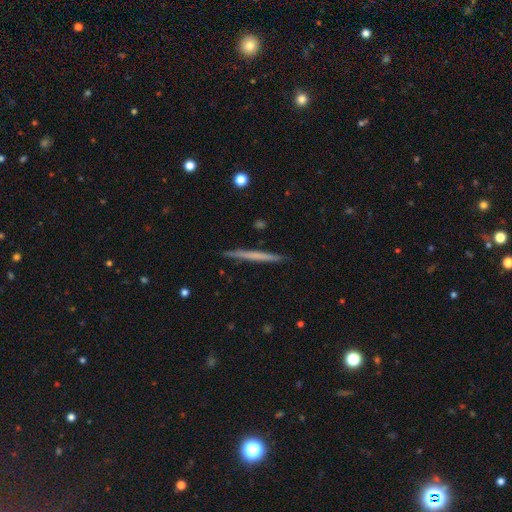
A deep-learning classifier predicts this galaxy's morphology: Smooth or featured? smooth (50%)
How rounded? cigar-shaped (97%)
Merging? none (91%)